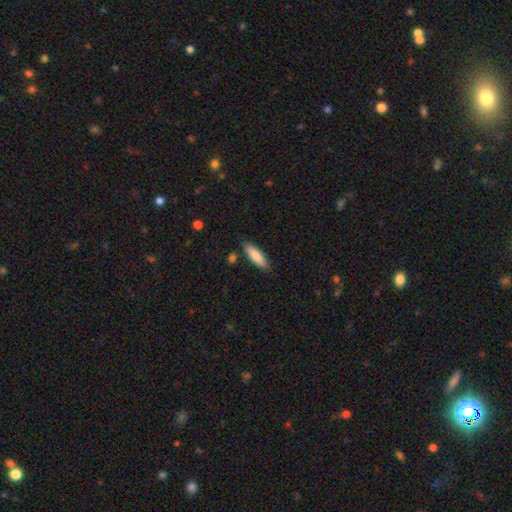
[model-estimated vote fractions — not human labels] Q: Smooth or featured?
A: smooth (83%); runner-up: featured or disk (11%)
Q: How rounded?
A: in between (50%); runner-up: cigar-shaped (48%)
Q: Merging?
A: none (84%); runner-up: minor disturbance (11%)